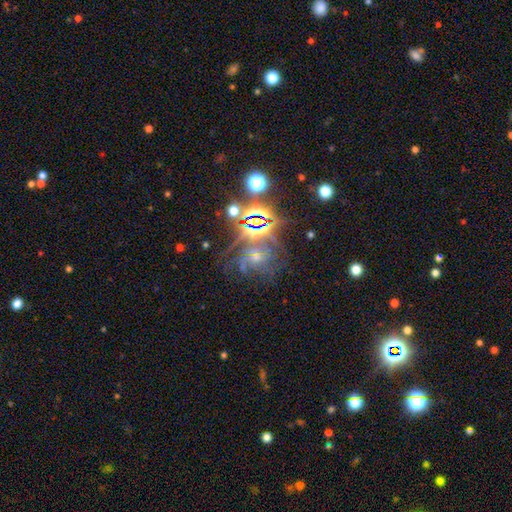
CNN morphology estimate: Smooth or featured? Predicted: star or artifact (p=0.53).